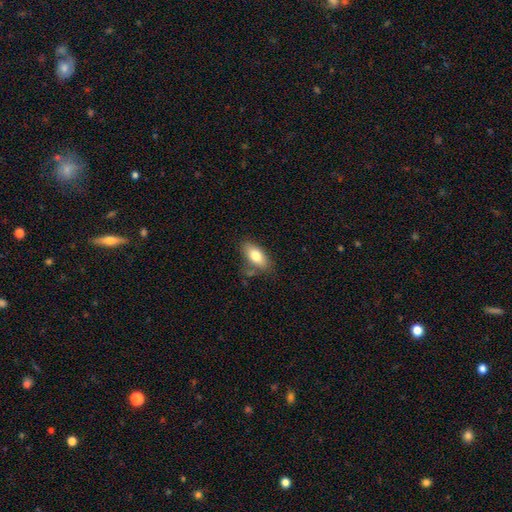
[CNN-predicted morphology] Smooth or featured: smooth — 77% (featured or disk — 16%)
How rounded: in between — 86% (cigar-shaped — 10%)
Merging: none — 72% (minor disturbance — 18%)